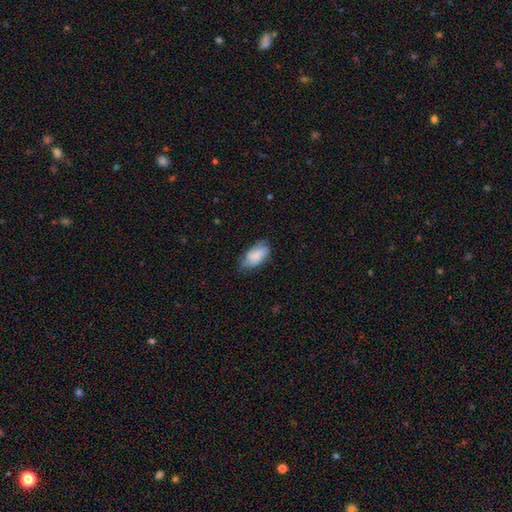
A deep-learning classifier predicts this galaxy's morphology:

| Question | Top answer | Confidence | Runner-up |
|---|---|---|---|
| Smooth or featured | smooth | 74% | featured or disk (19%) |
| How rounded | in between | 93% | round (4%) |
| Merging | none | 61% | minor disturbance (31%) |